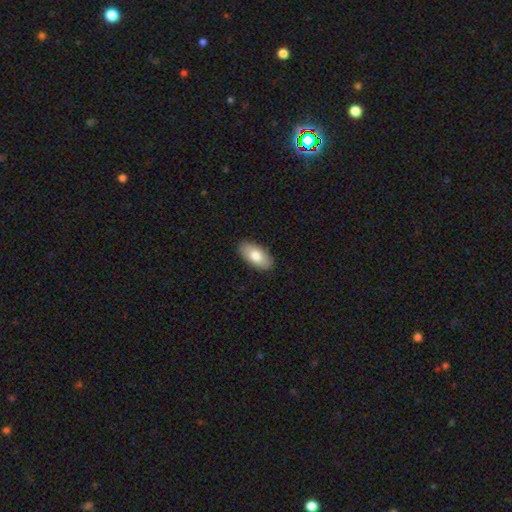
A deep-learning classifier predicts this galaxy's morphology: The model was most divided on "smooth or featured": smooth: 79%, featured or disk: 15%, star or artifact: 6%. More confident: how rounded — in between (94%); merging — none (89%).